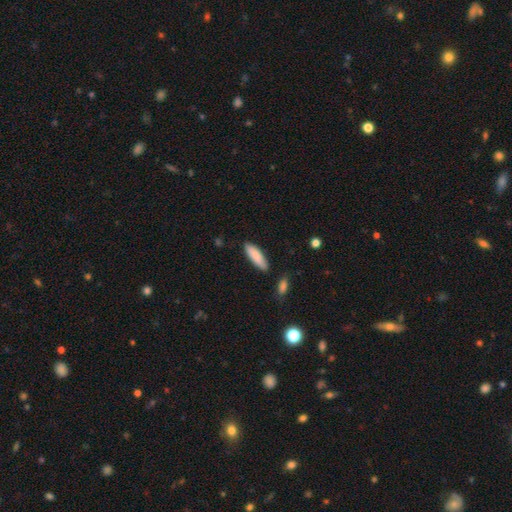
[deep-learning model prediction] smooth 87%, featured or disk 7%, star or artifact 6%. Down the decision tree: how rounded — cigar-shaped (51%); merging — none (82%).